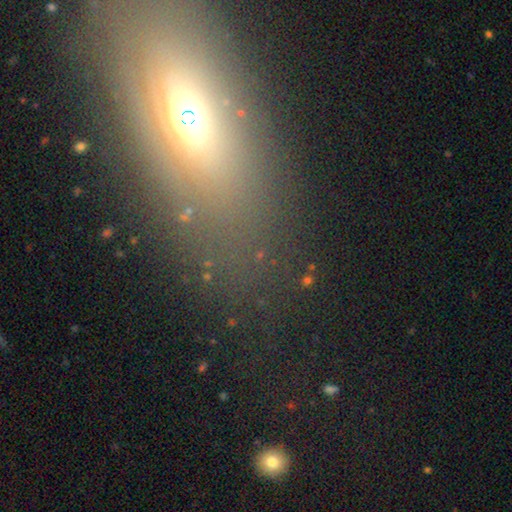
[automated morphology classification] A smooth galaxy with no disk features (39%).

Vote fractions:
- Smooth or featured? smooth: 39% / star or artifact: 34% / featured or disk: 27%
- Merging? none: 70% / minor disturbance: 14% / major disturbance: 11% / merger: 5%